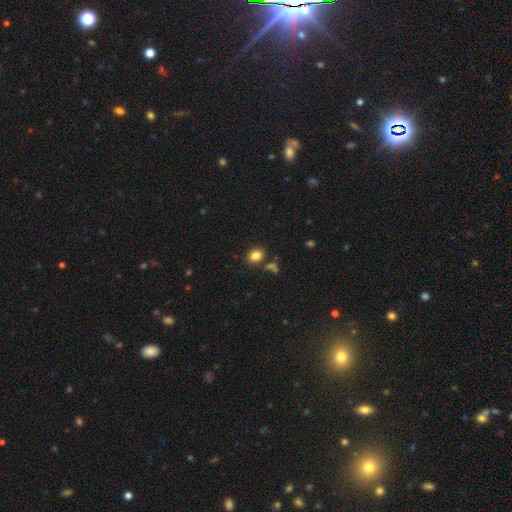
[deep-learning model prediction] The model was most divided on "how rounded": in between: 51%, round: 48%, cigar-shaped: 1%. More confident: smooth or featured — smooth (83%); merging — none (80%).